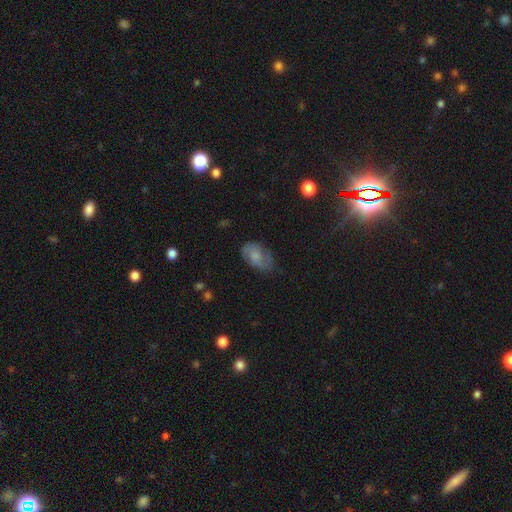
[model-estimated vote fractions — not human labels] smooth-or-featured: smooth: 56% | featured or disk: 35% | star or artifact: 9%
  how-rounded: in between: 89% | round: 9% | cigar-shaped: 2%
  merging: none: 62% | minor disturbance: 26% | major disturbance: 10% | merger: 2%